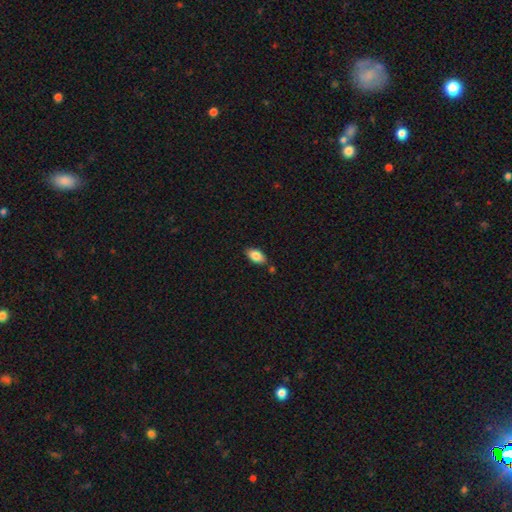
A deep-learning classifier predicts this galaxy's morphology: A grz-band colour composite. It shows a smooth galaxy with no disk features (83%) that is in between round and cigar-shaped (92%). Merging: none (78%).